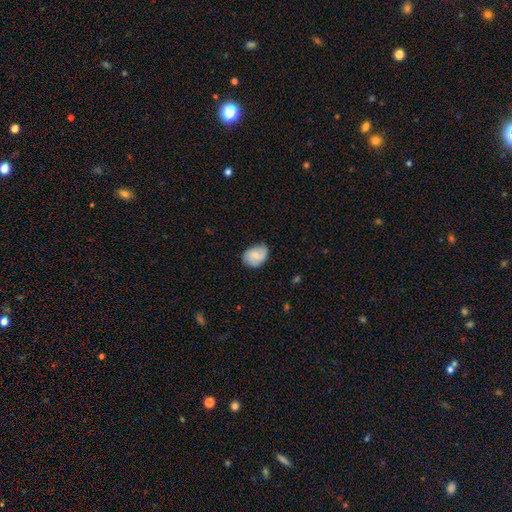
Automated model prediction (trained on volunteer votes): The model was most divided on "how rounded": in between: 66%, round: 33%, cigar-shaped: 1%. More confident: merging — none (66%); smooth or featured — smooth (66%).